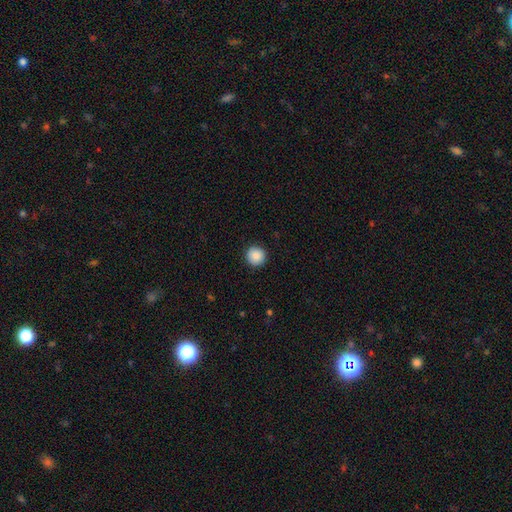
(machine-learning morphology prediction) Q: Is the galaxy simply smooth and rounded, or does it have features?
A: smooth — 88%.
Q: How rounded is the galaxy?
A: round — 95%.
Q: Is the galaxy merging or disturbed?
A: none — 92%.